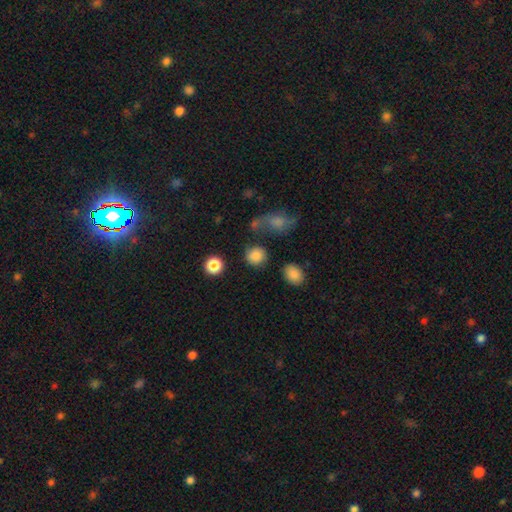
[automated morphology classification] smooth_or_featured: smooth (p=0.83) [alt: star or artifact p=0.11]
how_rounded: round (p=0.87) [alt: in between p=0.11]
merging: none (p=0.77) [alt: minor disturbance p=0.11]